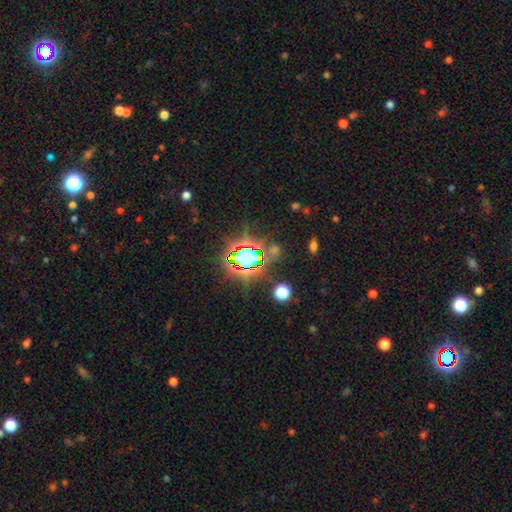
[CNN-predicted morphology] type=star or artifact (78%).